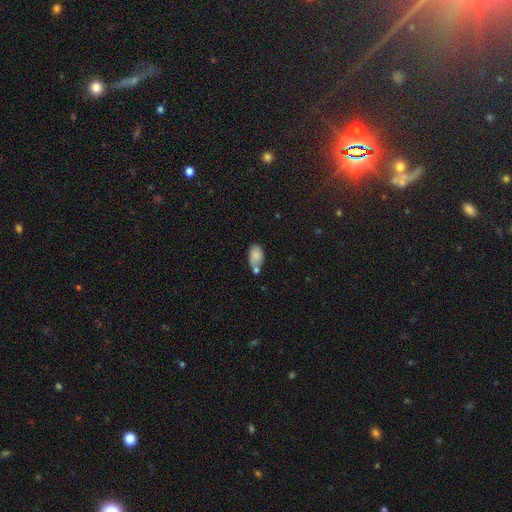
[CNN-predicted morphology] Overall: smooth (79%). How rounded: in between (91%). Merging: none (41%; merger 30%).